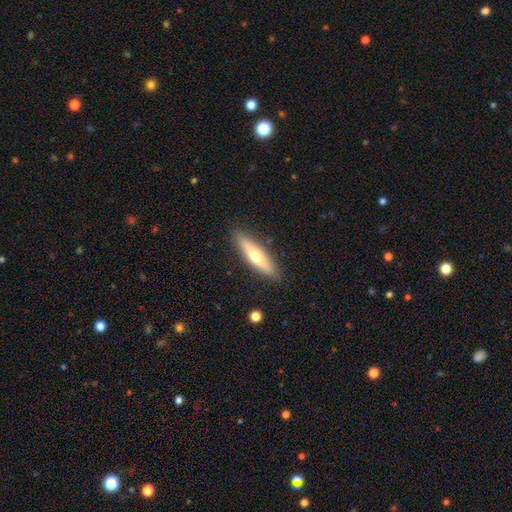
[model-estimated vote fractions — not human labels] Overall: featured or disk (47%, tied with smooth). Merging: none (88%).